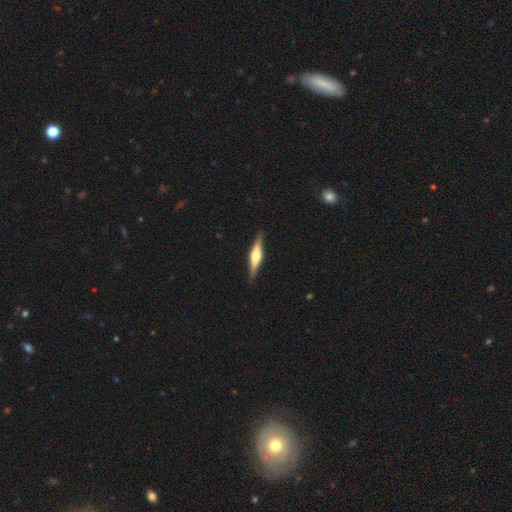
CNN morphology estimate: Smooth or featured? Predicted: featured or disk (p=0.66). Edge-on disk? Predicted: yes (p=0.97). Edge-on bulge? Predicted: rounded (p=0.82). Merging? Predicted: none (p=0.88).